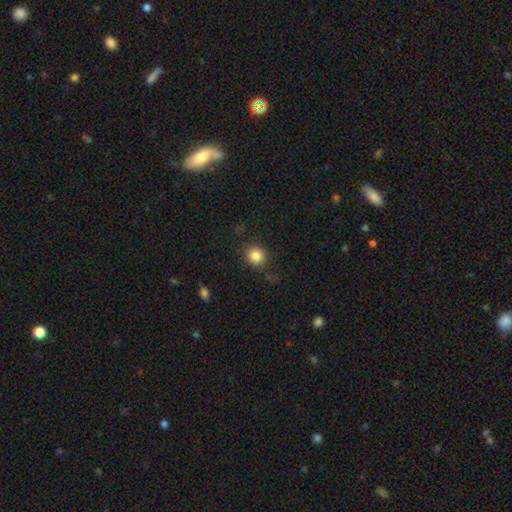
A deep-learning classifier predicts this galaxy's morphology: smooth 84%, star or artifact 11%, featured or disk 5%. Down the decision tree: how rounded — round (90%); merging — none (84%).